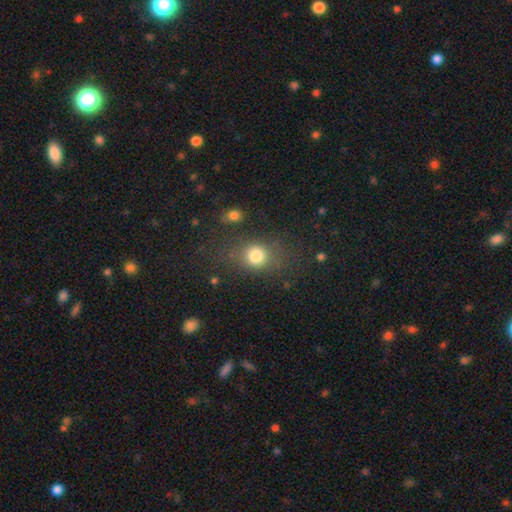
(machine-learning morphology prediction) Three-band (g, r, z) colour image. It shows a smooth galaxy with no disk features (79%) that is round (65%). Merging: none (67%).